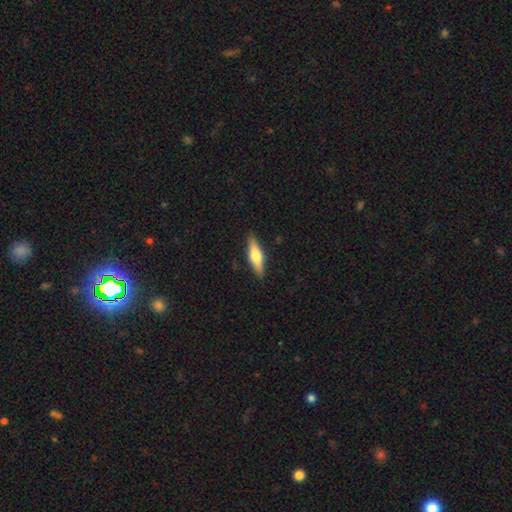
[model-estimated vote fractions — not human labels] The model was most divided on "smooth or featured": smooth: 50%, featured or disk: 44%, star or artifact: 6%. More confident: merging — none (89%); how rounded — cigar-shaped (60%).